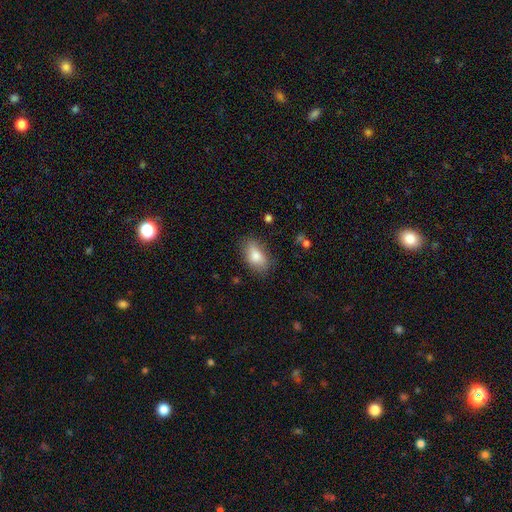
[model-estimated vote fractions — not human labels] This appears to be a smooth galaxy with no disk features (78%) that is in between round and cigar-shaped (89%). Merging: none (75%).